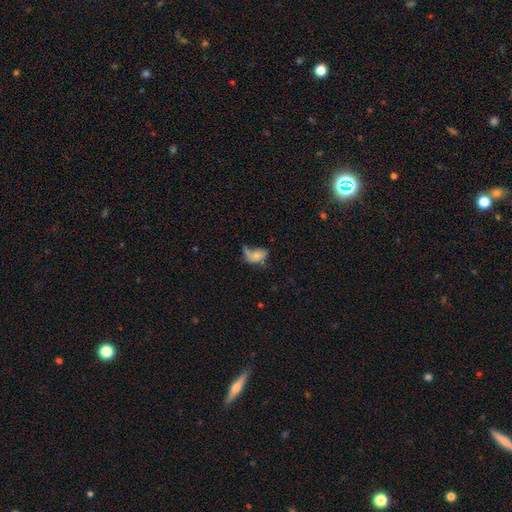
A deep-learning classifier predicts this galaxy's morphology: A smooth galaxy with no disk features (59%) that is in between round and cigar-shaped (85%).

Vote fractions:
- Smooth or featured? smooth: 59% / featured or disk: 30% / star or artifact: 11%
- How rounded? in between: 85% / round: 12% / cigar-shaped: 2%
- Merging? major disturbance: 38% / minor disturbance: 25% / none: 25% / merger: 12%